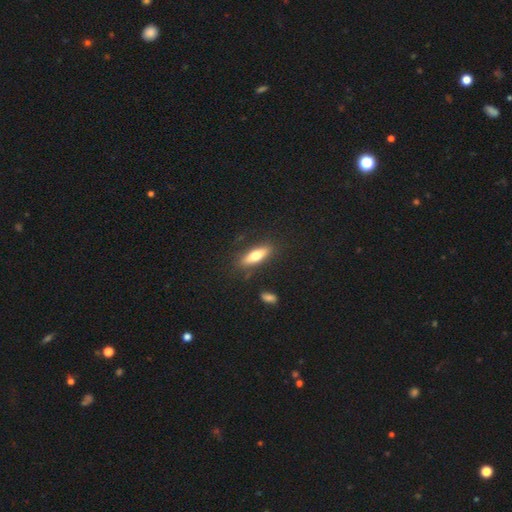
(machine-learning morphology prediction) Smooth or featured? smooth (61%)
How rounded? cigar-shaped (55%)
Merging? none (82%)